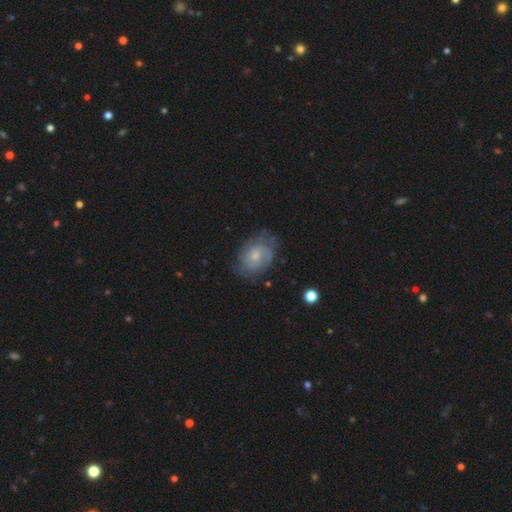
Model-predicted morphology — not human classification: A featured or disk galaxy (59%) with no bar (77%), spiral arms (76%) and a small central bulge (52%).

Vote fractions:
- Smooth or featured? featured or disk: 59% / smooth: 33% / star or artifact: 8%
- Edge-on disk? no: 96% / yes: 4%
- Bar? no: 77% / weak: 20% / strong: 2%
- Spiral arms? yes: 76% / no: 24%
- Bulge size? small: 52% / moderate: 39% / none: 4% / large: 3% / dominant: 1%
- Merging? none: 63% / minor disturbance: 25% / major disturbance: 11% / merger: 2%